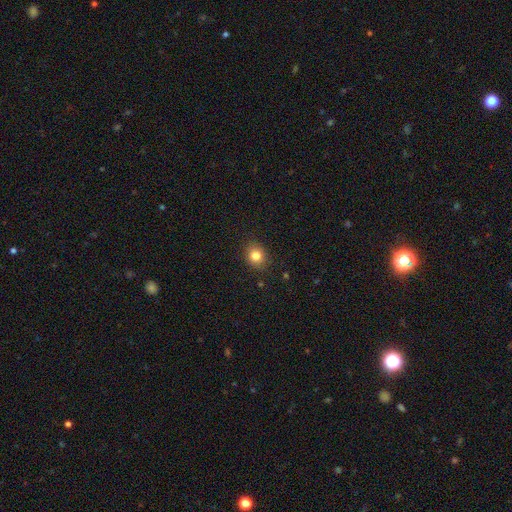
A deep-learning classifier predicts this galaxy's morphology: smooth 82%, star or artifact 11%, featured or disk 7%. Down the decision tree: how rounded — round (76%); merging — none (88%).